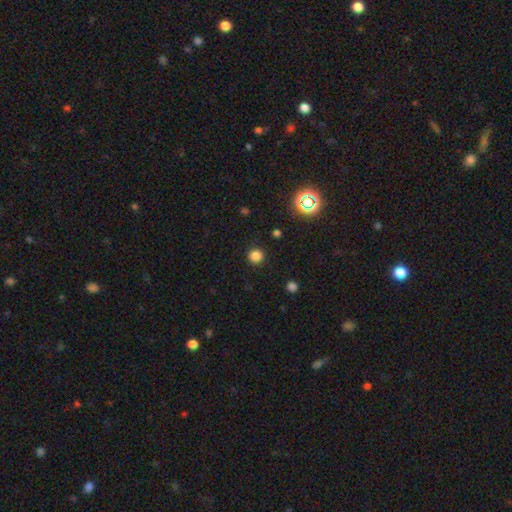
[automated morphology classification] Smooth or featured? Predicted: smooth (p=0.81). How rounded? Predicted: round (p=0.95). Merging? Predicted: none (p=0.91).